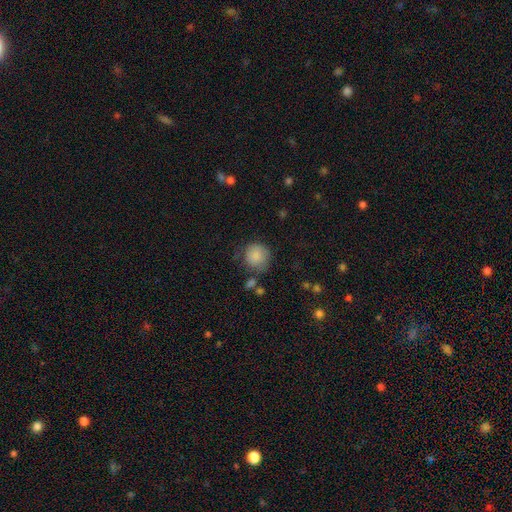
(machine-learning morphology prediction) This appears to be a smooth galaxy with no disk features (85%) that is round (89%). Merging: none (65%).